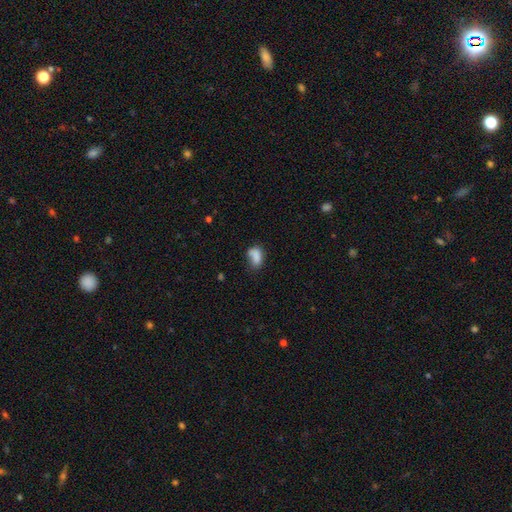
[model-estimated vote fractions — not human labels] Smooth or featured? Predicted: smooth (p=0.80). How rounded? Predicted: in between (p=0.84). Merging? Predicted: none (p=0.44).